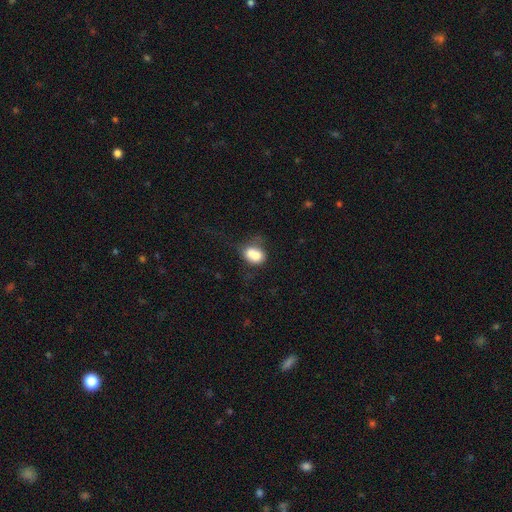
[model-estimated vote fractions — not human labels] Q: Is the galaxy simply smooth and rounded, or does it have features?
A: smooth — 72%.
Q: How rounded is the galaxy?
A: in between — 56%.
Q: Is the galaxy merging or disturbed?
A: merger — 43%.